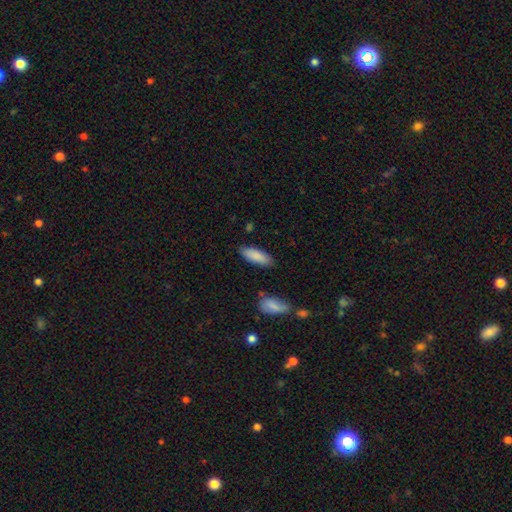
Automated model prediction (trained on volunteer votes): This is clearly a smooth galaxy (86%). How rounded: likely in between (66%). Merging: clearly none (81%).